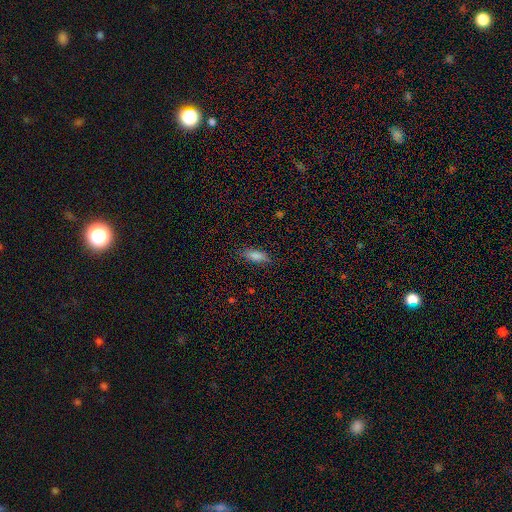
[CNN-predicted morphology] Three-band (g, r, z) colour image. It shows a smooth galaxy with no disk features (79%) that is in between round and cigar-shaped (61%). Merging: none (83%).